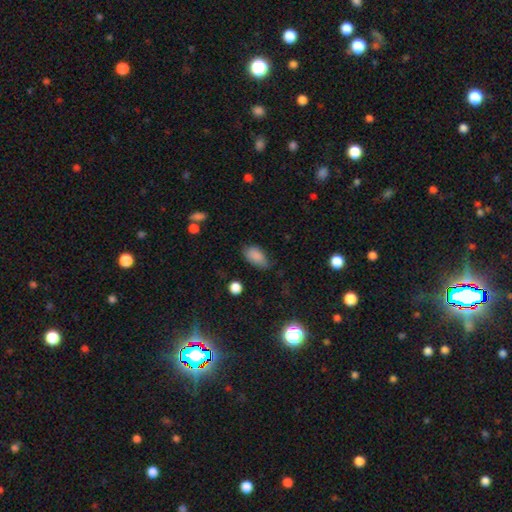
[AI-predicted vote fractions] This is clearly a smooth galaxy (85%). How rounded: clearly in between (91%). Merging: possibly none (59%).